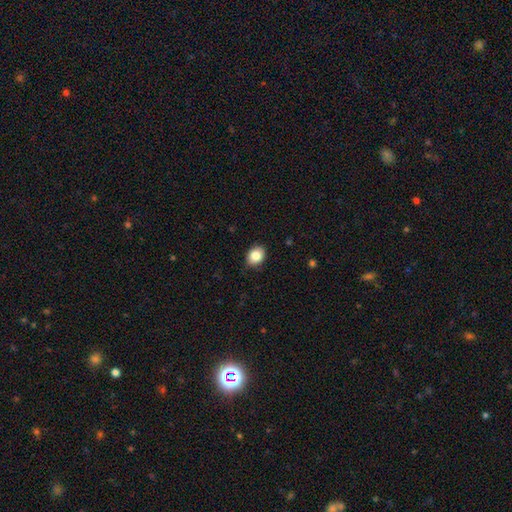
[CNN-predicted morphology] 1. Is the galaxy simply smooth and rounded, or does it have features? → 85% smooth, 8% star or artifact, 7% featured or disk.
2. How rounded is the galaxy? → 61% in between, 38% round, 1% cigar-shaped.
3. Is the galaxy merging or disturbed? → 85% none, 12% minor disturbance, 2% major disturbance, 1% merger.